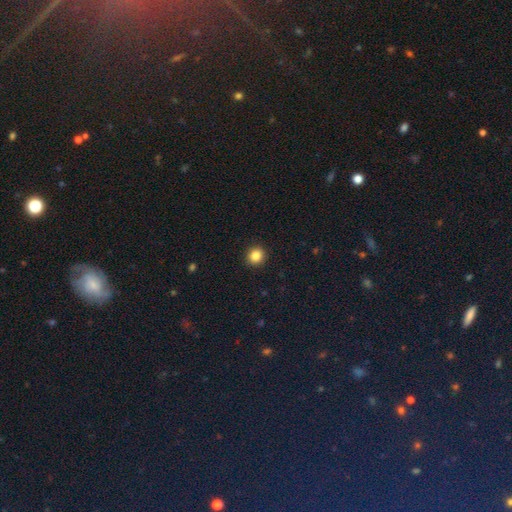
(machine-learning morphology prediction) This appears to be a smooth galaxy with no disk features (85%) that is round (90%). Merging: none (93%).